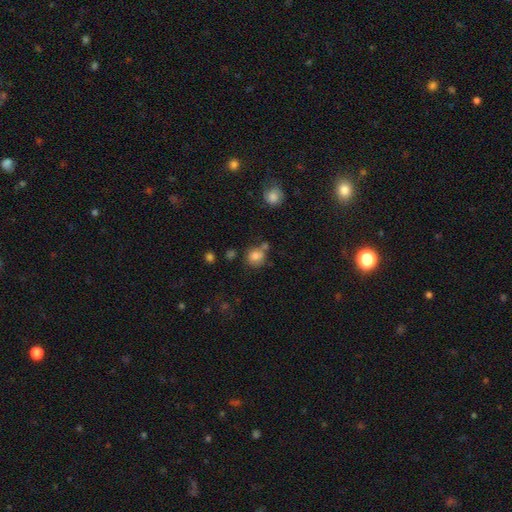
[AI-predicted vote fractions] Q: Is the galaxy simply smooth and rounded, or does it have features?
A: smooth — 79%.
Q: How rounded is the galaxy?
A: round — 77%.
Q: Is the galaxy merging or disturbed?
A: none — 55%.